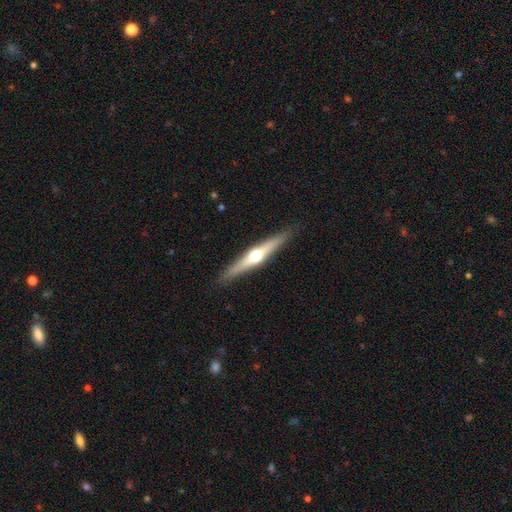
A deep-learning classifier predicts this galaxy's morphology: Smooth or featured?
  - featured or disk: 68% *
  - smooth: 27%
  - star or artifact: 5%
Edge-on disk?
  - yes: 97% *
  - no: 3%
Edge-on bulge?
  - rounded: 94% *
  - none: 3%
  - boxy: 3%
Merging?
  - none: 90% *
  - minor disturbance: 7%
  - major disturbance: 2%
  - merger: 1%